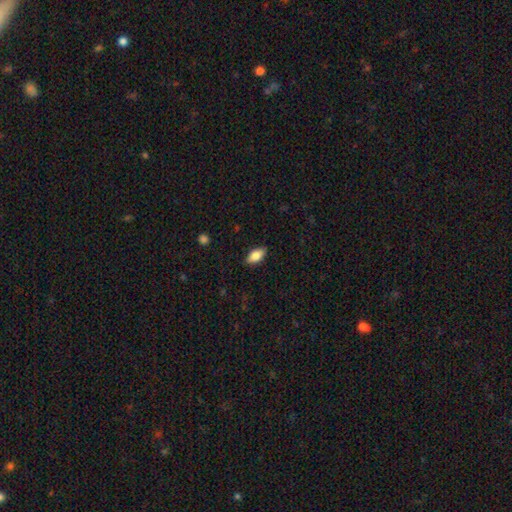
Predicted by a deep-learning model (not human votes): A smooth galaxy with no disk features (82%) that is in between round and cigar-shaped (89%). Merging: none (86%).